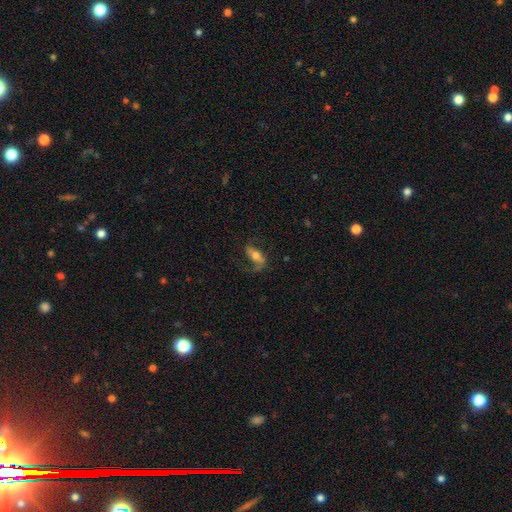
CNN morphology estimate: This appears to be a featured or disk galaxy (68%) with a strong bar (38%), 2 (75%) loose (62%) spiral arms (89%) and a moderate central bulge (61%). Merging: none (60%).